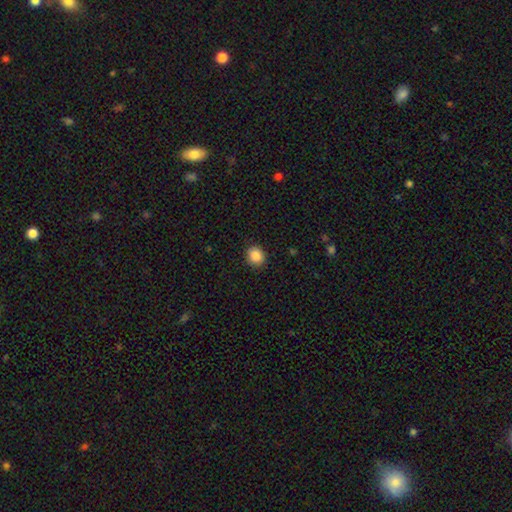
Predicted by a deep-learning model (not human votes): This appears to be a smooth galaxy with no disk features (87%) that is round (81%). Merging: none (90%).